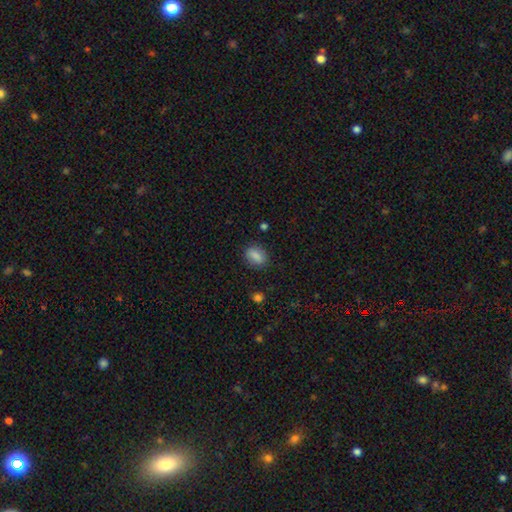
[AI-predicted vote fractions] Overall: smooth (85%). How rounded: in between (72%). Merging: none (83%).